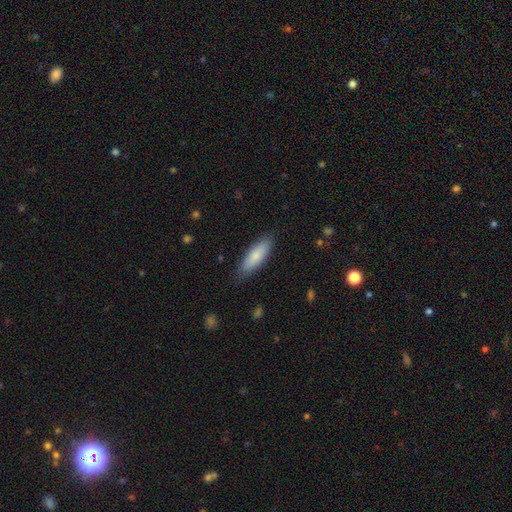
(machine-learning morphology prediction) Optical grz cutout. It shows a smooth galaxy with no disk features (82%) that is in between round and cigar-shaped (53%). Merging: none (84%).